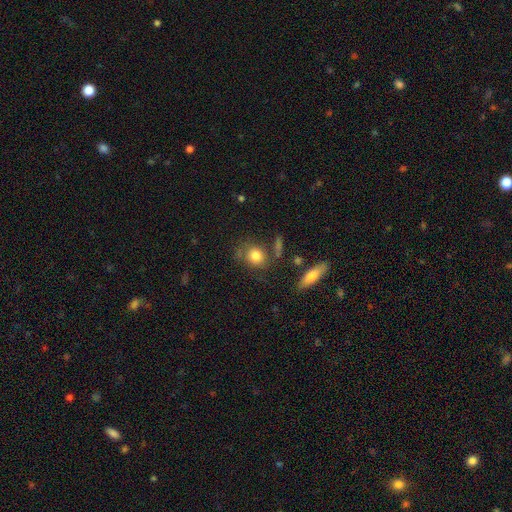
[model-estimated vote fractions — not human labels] smooth 80%, featured or disk 10%, star or artifact 9%. Down the decision tree: how rounded — round (68%); merging — none (68%).